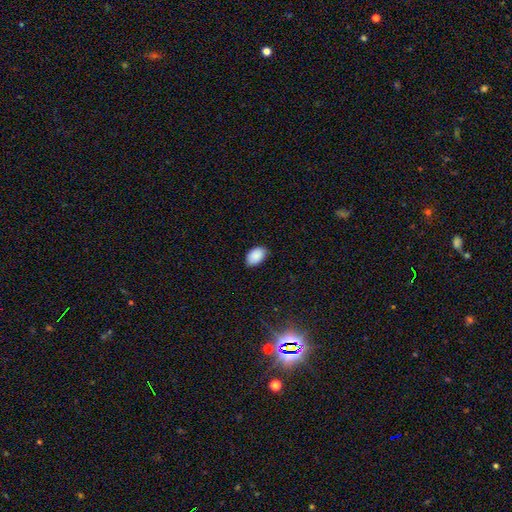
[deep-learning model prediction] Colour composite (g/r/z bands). It shows a smooth galaxy with no disk features (90%) that is in between round and cigar-shaped (93%). Merging: none (84%).